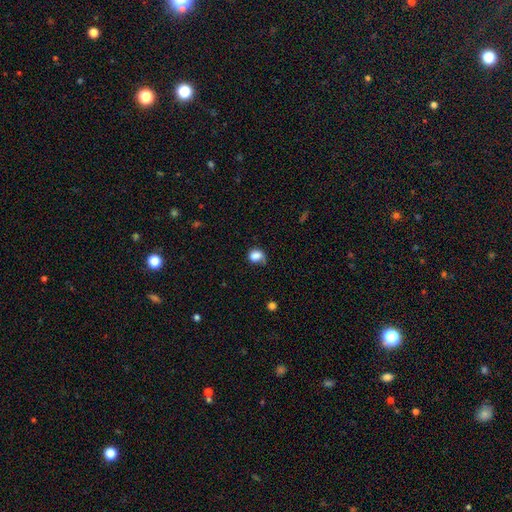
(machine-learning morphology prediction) Smooth or featured? Predicted: smooth (p=0.83). How rounded? Predicted: round (p=0.57). Merging? Predicted: none (p=0.49).